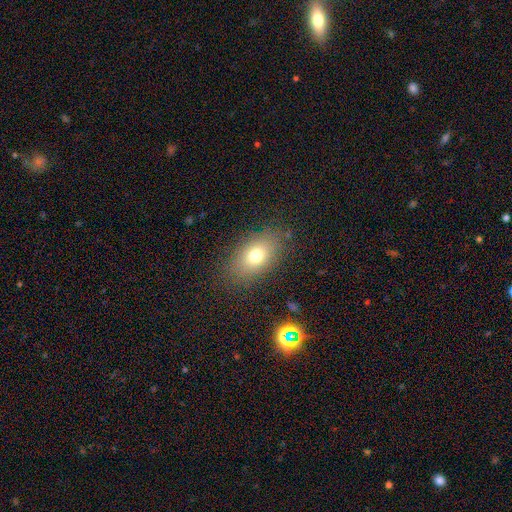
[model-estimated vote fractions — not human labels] Smooth or featured?
  - smooth: 73% *
  - featured or disk: 14%
  - star or artifact: 12%
How rounded?
  - in between: 83% *
  - round: 15%
  - cigar-shaped: 2%
Merging?
  - none: 82% *
  - minor disturbance: 12%
  - major disturbance: 5%
  - merger: 1%